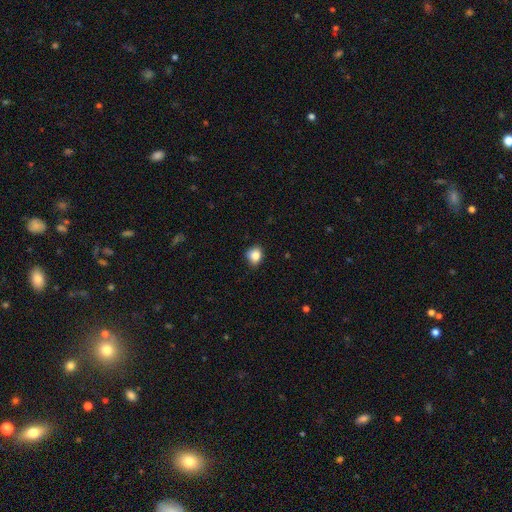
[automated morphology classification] This appears to be a smooth galaxy with no disk features (86%) that is round (67%). Merging: none (79%).